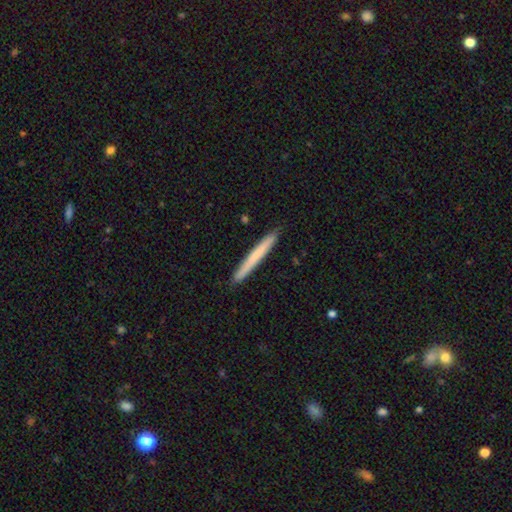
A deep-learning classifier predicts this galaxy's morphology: Smooth or featured?
  - smooth: 68% *
  - featured or disk: 27%
  - star or artifact: 5%
How rounded?
  - cigar-shaped: 97% *
  - in between: 2%
  - round: 1%
Merging?
  - none: 92% *
  - minor disturbance: 6%
  - major disturbance: 1%
  - merger: 1%